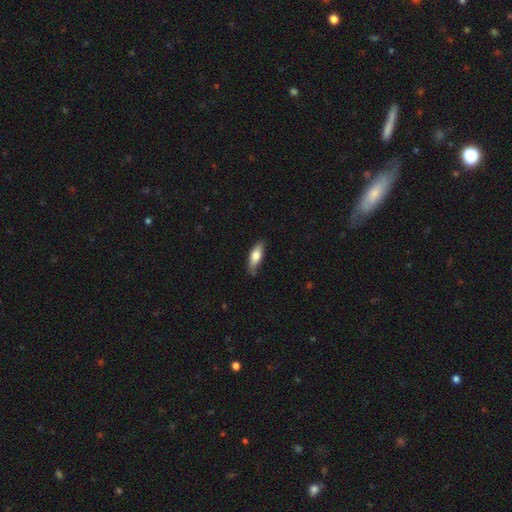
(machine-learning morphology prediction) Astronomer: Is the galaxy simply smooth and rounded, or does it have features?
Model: smooth — 71%.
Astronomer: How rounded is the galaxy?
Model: in between — 60% (runner-up: cigar-shaped, 38%).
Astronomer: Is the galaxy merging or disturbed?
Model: none — 78%.